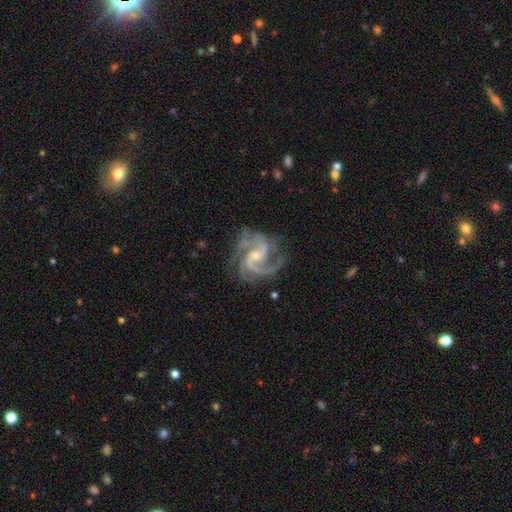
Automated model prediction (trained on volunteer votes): A featured or disk galaxy (93%) with a weak bar (44%), 2 (55%) medium (62%) spiral arms (99%) and a small central bulge (62%). Merging: none (73%).